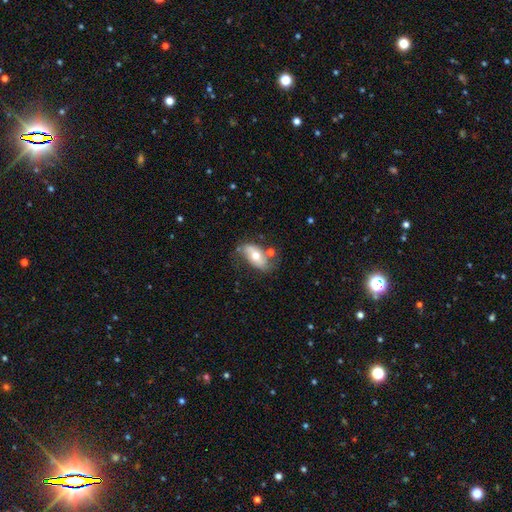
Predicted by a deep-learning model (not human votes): Morphology: type=smooth (54%); roundness=in between (90%); merging=none (61%).